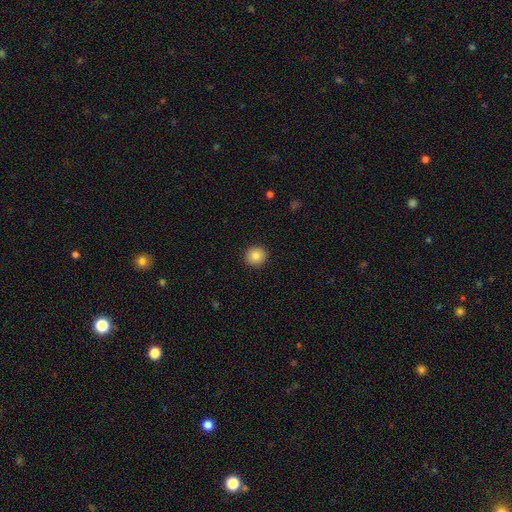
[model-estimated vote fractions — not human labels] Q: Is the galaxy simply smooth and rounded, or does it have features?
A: smooth — 84%.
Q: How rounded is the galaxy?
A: round — 90%.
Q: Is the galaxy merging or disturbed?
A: none — 92%.